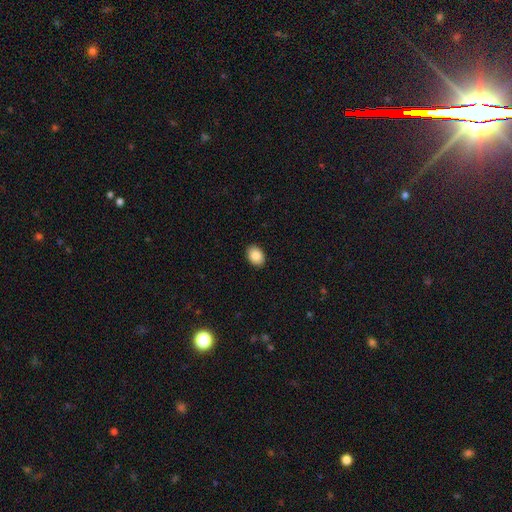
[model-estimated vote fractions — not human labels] Smooth or featured? smooth (88%)
How rounded? in between (77%)
Merging? none (91%)